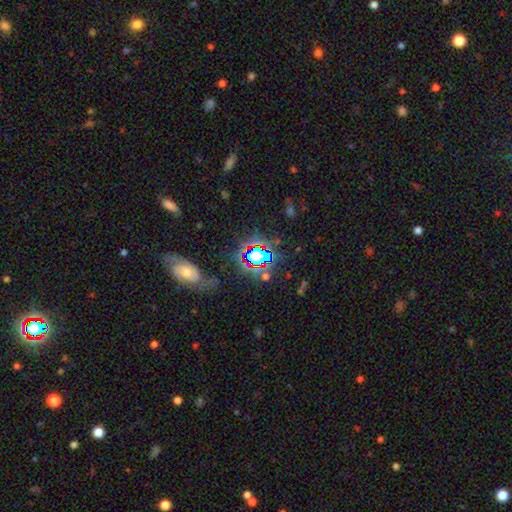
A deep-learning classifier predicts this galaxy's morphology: The model was most divided on "smooth or featured": star or artifact: 65%, smooth: 22%, featured or disk: 12%.